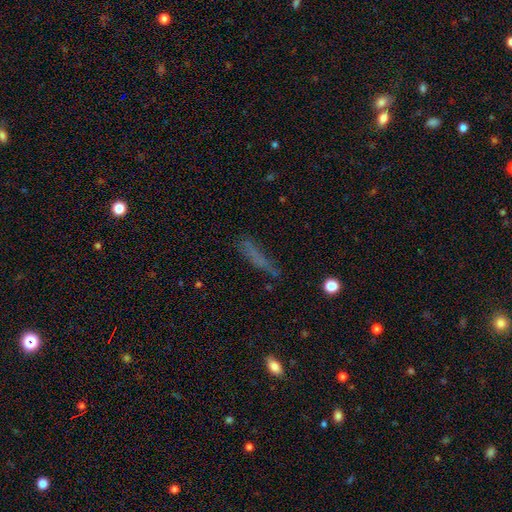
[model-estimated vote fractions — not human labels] The model was most divided on "smooth or featured": smooth: 59%, featured or disk: 25%, star or artifact: 16%. More confident: how rounded — cigar-shaped (85%); merging — none (61%).